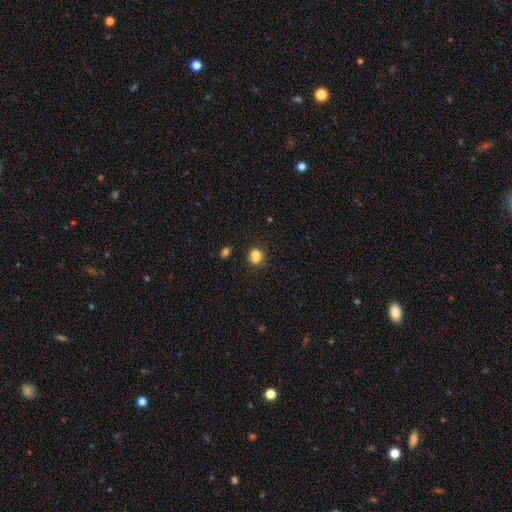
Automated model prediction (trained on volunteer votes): Smooth or featured? smooth (73%)
How rounded? round (73%)
Merging? merger (45%)